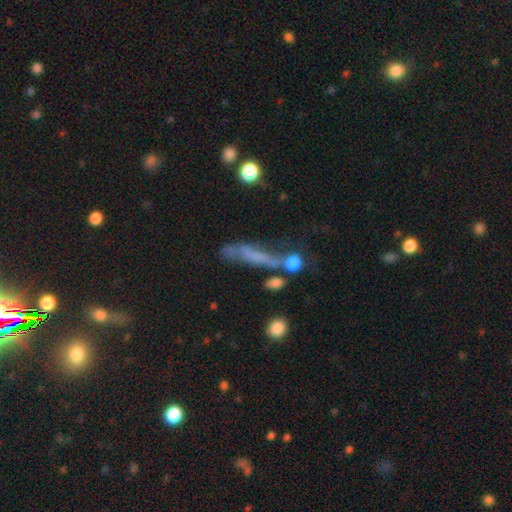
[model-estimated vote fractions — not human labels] The model was most divided on "smooth or featured": featured or disk: 41%, smooth: 40%, star or artifact: 19%. Remaining: merging — none (46%).